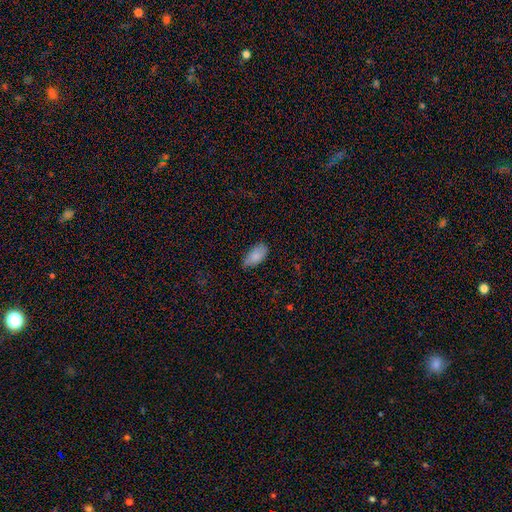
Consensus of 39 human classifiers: Smooth or featured?
  - smooth: 82% *
  - star or artifact: 10%
  - featured or disk: 8%
How rounded?
  - in between: 94% *
  - round: 3%
  - cigar-shaped: 3%
Merging?
  - none: 83% *
  - minor disturbance: 17%
  - major disturbance: 0%
  - merger: 0%